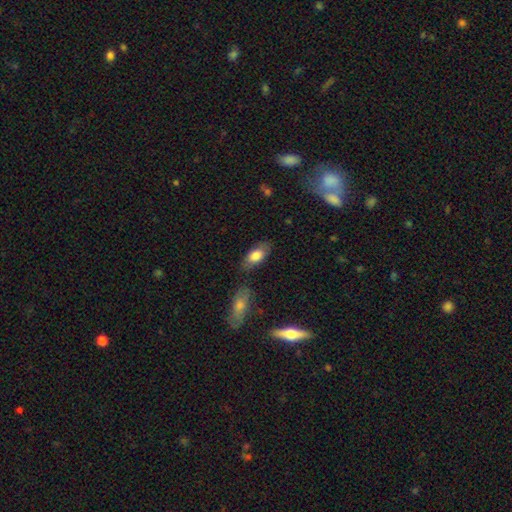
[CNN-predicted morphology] The model was most divided on "merging": none: 75%, minor disturbance: 16%, merger: 5%, major disturbance: 4%. More confident: how rounded — in between (89%); smooth or featured — smooth (78%).